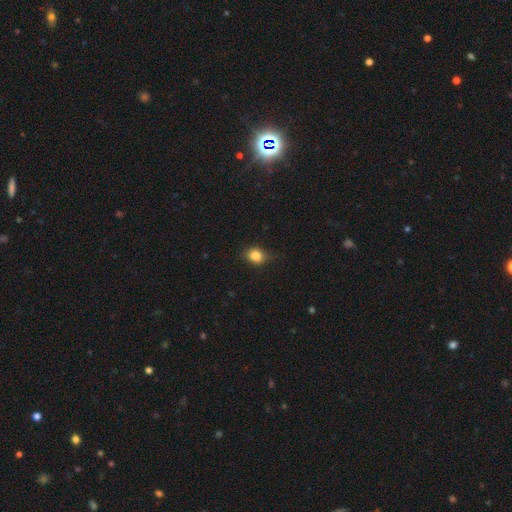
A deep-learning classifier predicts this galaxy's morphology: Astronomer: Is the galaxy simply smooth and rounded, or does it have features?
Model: smooth — 82%.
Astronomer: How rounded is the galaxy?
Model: round — 59% (runner-up: in between, 40%).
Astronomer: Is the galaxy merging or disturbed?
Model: none — 75%.